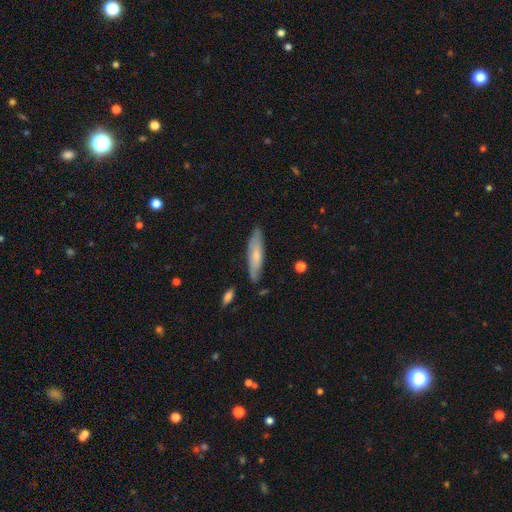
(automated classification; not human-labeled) Smooth or featured? Predicted: smooth (p=0.62). How rounded? Predicted: cigar-shaped (p=0.75). Merging? Predicted: none (p=0.81).